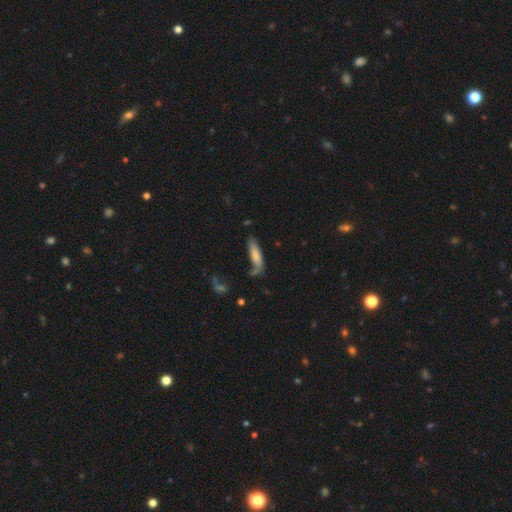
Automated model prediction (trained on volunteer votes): This appears to be a smooth galaxy with no disk features (71%) that is cigar-shaped (68%). Merging: none (59%).